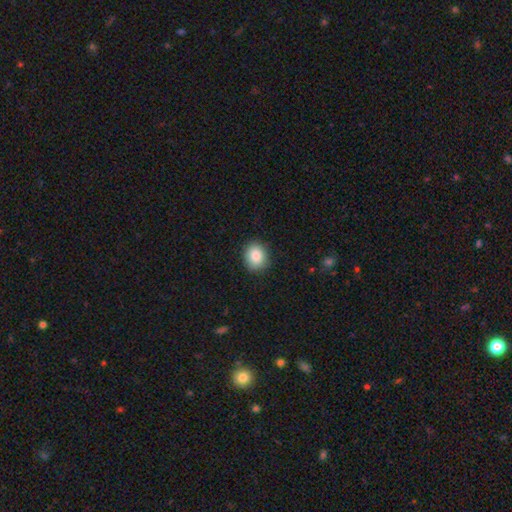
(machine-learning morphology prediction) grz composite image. It shows a smooth galaxy with no disk features (87%) that is round (67%). Merging: none (88%).